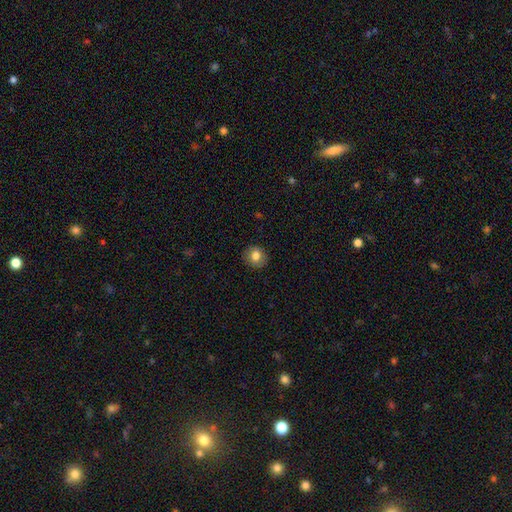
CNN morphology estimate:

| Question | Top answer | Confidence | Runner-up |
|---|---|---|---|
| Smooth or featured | smooth | 80% | featured or disk (11%) |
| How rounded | round | 83% | in between (16%) |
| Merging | none | 88% | minor disturbance (9%) |